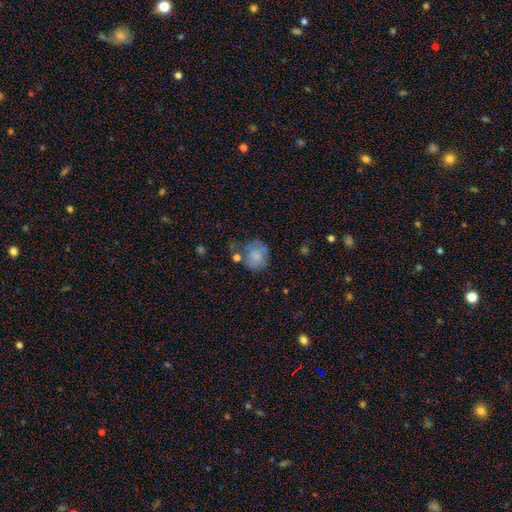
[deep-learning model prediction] This appears to be a smooth galaxy with no disk features (72%) that is round (68%). Merging: none (40%).